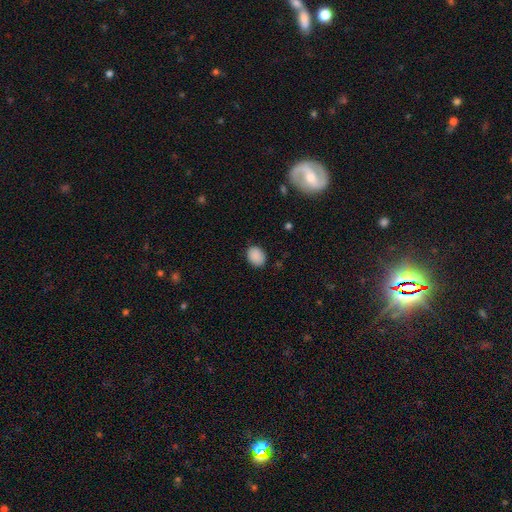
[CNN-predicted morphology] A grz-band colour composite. It shows a smooth galaxy with no disk features (90%) that is in between round and cigar-shaped (62%). Merging: none (85%).